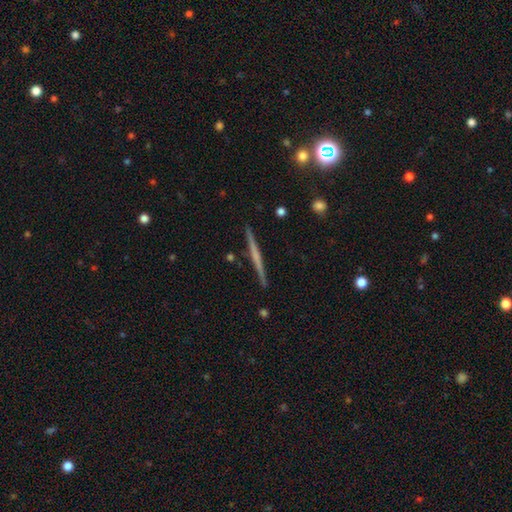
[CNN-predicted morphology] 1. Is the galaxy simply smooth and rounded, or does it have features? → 65% featured or disk, 29% smooth, 6% star or artifact.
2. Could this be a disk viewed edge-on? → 98% yes, 2% no.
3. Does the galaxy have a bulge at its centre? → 68% none, 24% rounded, 9% boxy.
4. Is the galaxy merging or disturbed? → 92% none, 6% minor disturbance, 1% merger, 1% major disturbance.